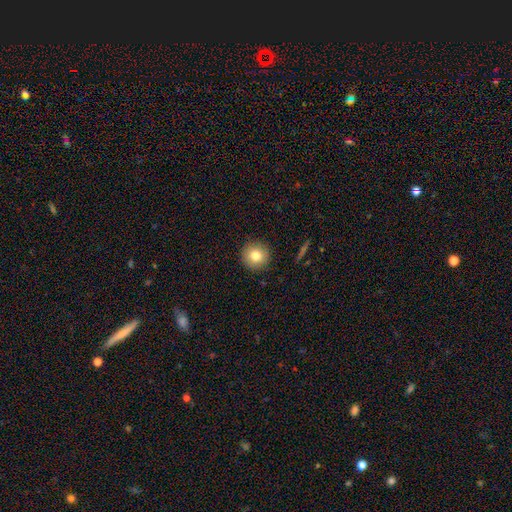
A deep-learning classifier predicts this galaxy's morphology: A smooth galaxy with no disk features (79%) that is round (95%). Merging: none (91%).